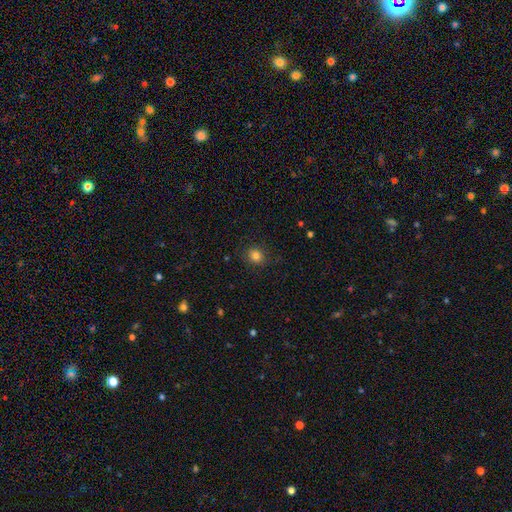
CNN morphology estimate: A smooth galaxy with no disk features (83%) that is round (80%). Merging: none (86%).